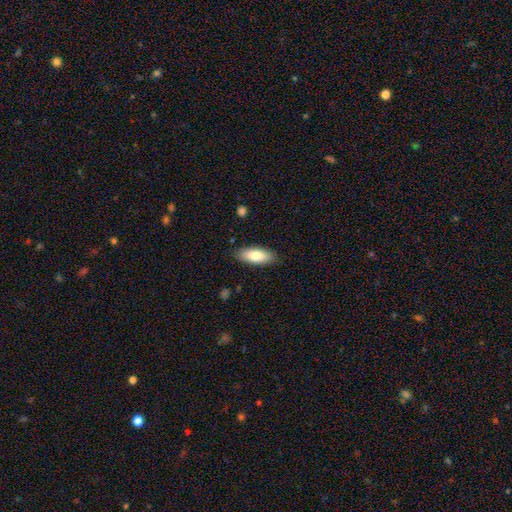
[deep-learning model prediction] Smooth or featured: smooth — 79% (featured or disk — 15%)
How rounded: in between — 78% (cigar-shaped — 20%)
Merging: none — 87% (minor disturbance — 10%)